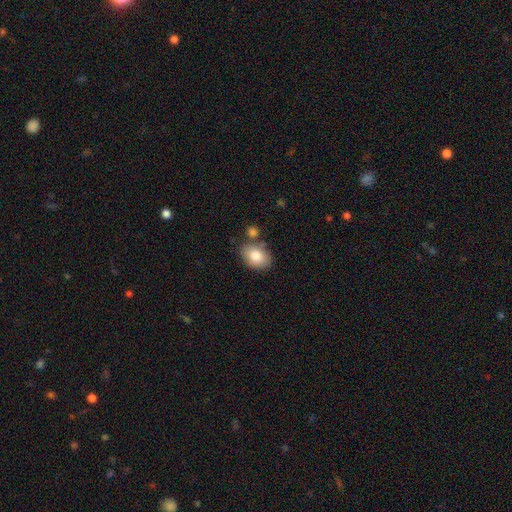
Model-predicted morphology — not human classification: smooth-or-featured: smooth: 83% | featured or disk: 11% | star or artifact: 7%
  how-rounded: in between: 80% | round: 19% | cigar-shaped: 1%
  merging: none: 68% | minor disturbance: 16% | merger: 12% | major disturbance: 4%